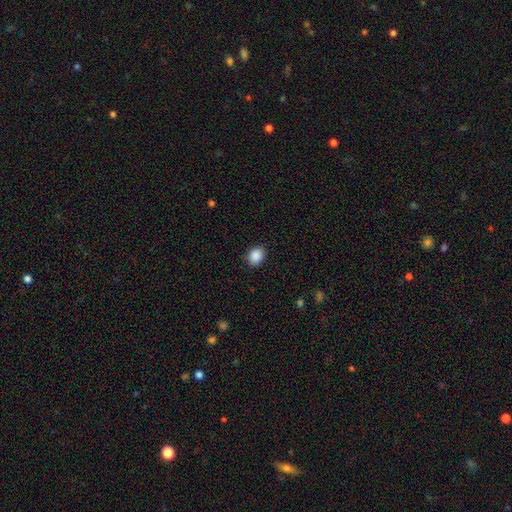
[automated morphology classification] type=smooth (89%); roundness=in between (51%); merging=none (88%).